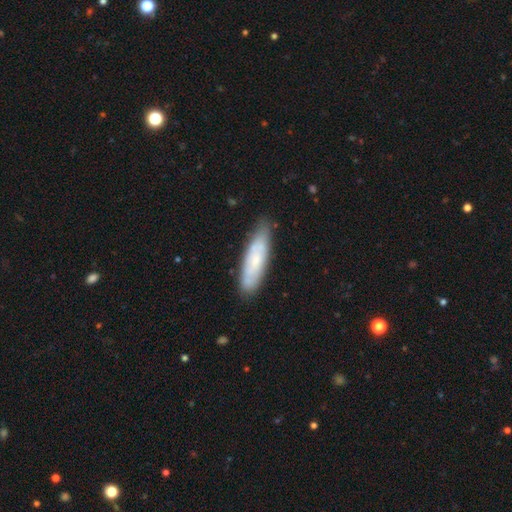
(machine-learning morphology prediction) The model was most divided on "smooth or featured": smooth: 55%, featured or disk: 37%, star or artifact: 7%. More confident: merging — none (81%); how rounded — cigar-shaped (66%).